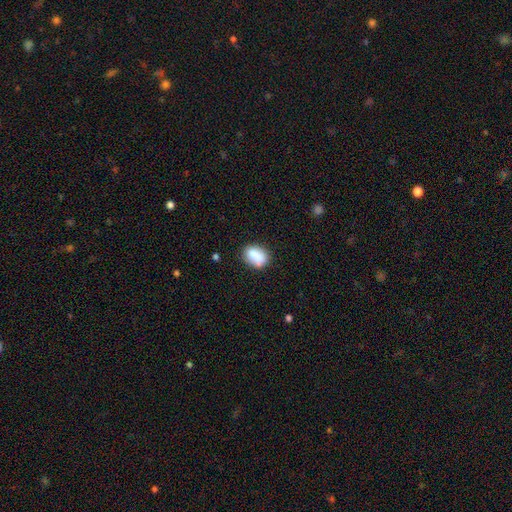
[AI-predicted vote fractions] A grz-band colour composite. It shows a smooth galaxy with no disk features (82%) that is in between round and cigar-shaped (73%). Merging: none (58%).